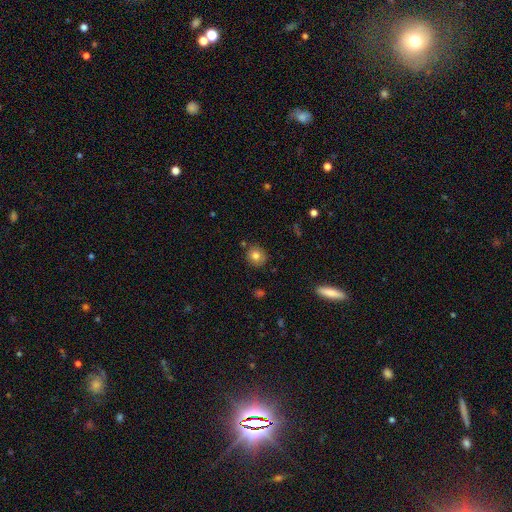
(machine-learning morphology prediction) Overall: smooth (80%). How rounded: round (84%). Merging: none (85%).